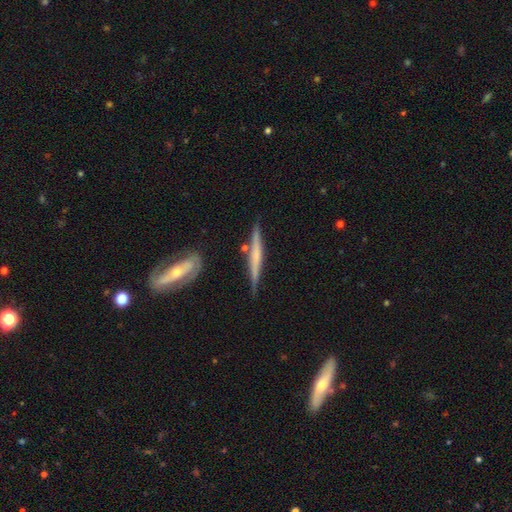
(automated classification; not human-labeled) Q: Smooth or featured?
A: featured or disk (62%); runner-up: smooth (32%)
Q: Edge-on disk?
A: yes (96%); runner-up: no (4%)
Q: Edge-on bulge?
A: none (48%); runner-up: rounded (36%)
Q: Merging?
A: none (79%); runner-up: minor disturbance (14%)